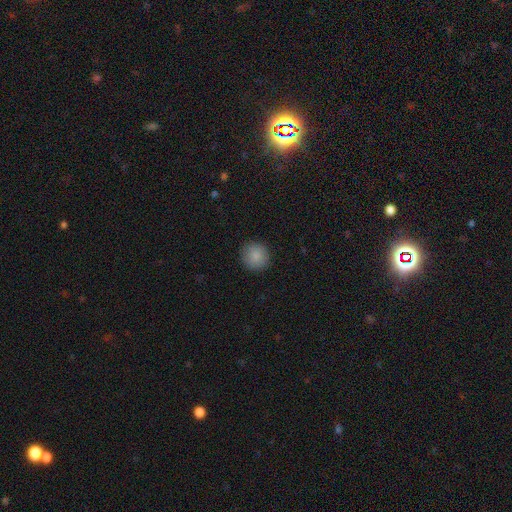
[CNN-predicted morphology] This is clearly a smooth galaxy (87%). How rounded: clearly round (94%). Merging: clearly none (91%).